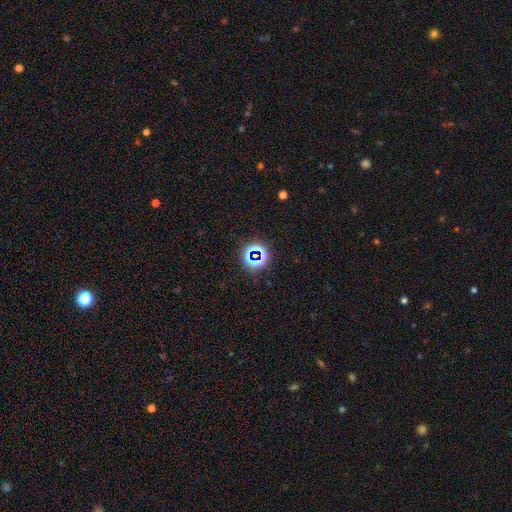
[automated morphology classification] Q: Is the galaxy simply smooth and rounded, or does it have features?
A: star or artifact — 71%.